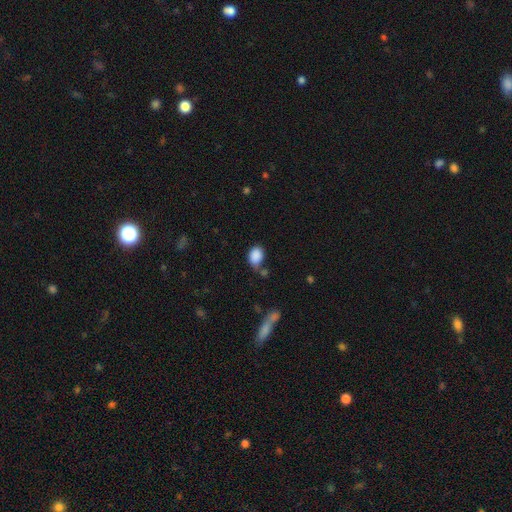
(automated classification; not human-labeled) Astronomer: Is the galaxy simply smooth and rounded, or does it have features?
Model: smooth — 88%.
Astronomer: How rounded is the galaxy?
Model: in between — 72%.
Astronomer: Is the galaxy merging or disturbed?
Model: none — 59%.